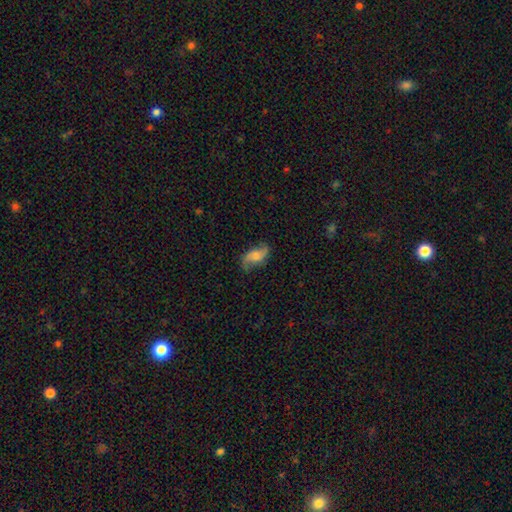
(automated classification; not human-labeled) A featured or disk galaxy (54%) with no bar (59%), spiral arms (90%) and a moderate central bulge (30%). Merging: none (73%).